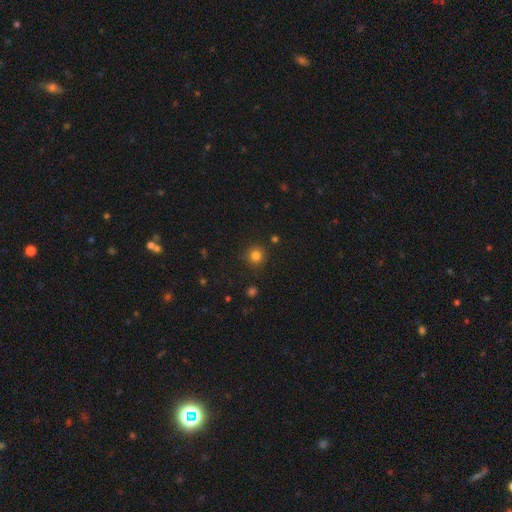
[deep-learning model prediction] smooth_or_featured: smooth (p=0.81) [alt: star or artifact p=0.14]
how_rounded: round (p=0.94) [alt: in between p=0.05]
merging: none (p=0.89) [alt: minor disturbance p=0.07]